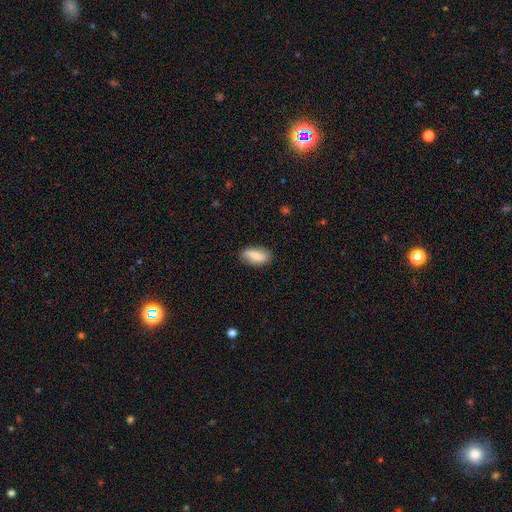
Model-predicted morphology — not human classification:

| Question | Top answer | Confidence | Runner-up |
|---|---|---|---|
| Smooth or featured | smooth | 71% | featured or disk (22%) |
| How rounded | in between | 87% | cigar-shaped (9%) |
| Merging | none | 76% | minor disturbance (19%) |